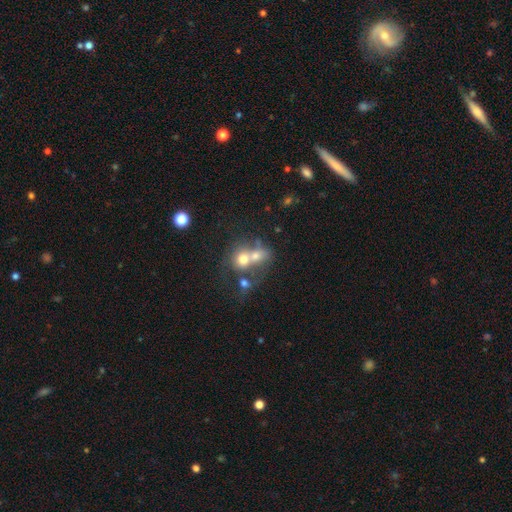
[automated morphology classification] A smooth galaxy with no disk features (62%) that is round (62%). Merging: merger (68%).